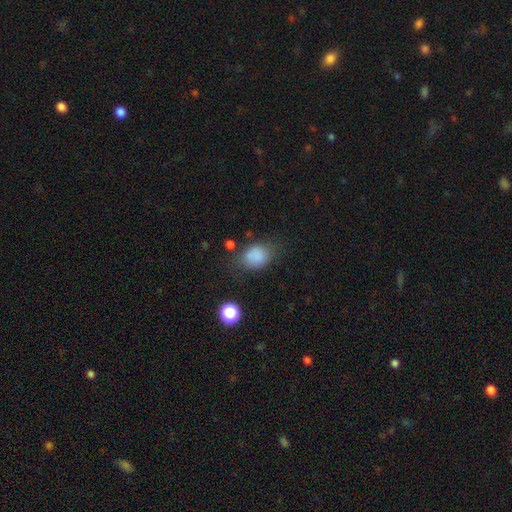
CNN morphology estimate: Smooth or featured? Predicted: smooth (p=0.83). How rounded? Predicted: in between (p=0.65). Merging? Predicted: none (p=0.63).